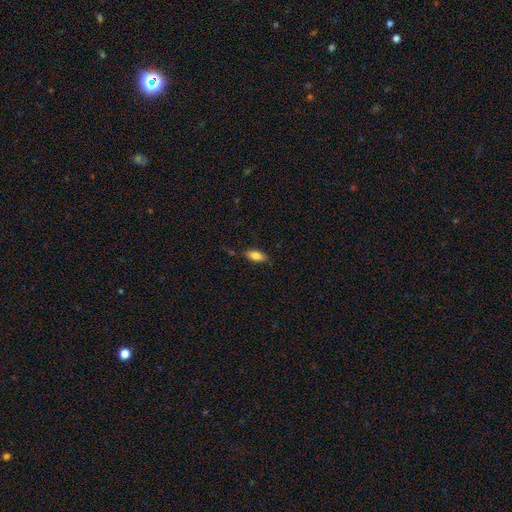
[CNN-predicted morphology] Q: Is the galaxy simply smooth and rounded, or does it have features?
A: smooth — 81%.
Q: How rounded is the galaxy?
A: in between — 84%.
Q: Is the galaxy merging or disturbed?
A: none — 81%.